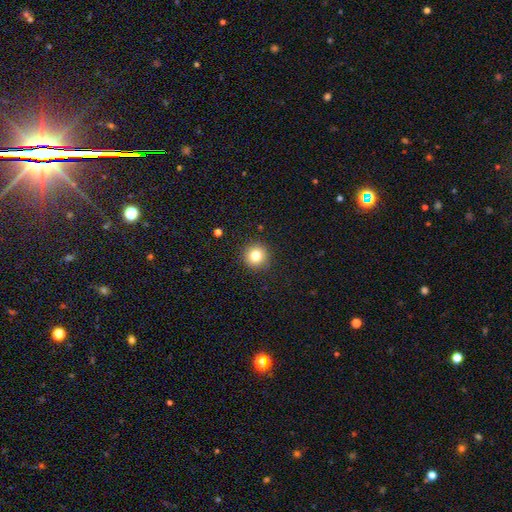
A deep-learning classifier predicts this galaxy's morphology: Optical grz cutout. It shows a smooth galaxy with no disk features (82%) that is round (95%). Merging: none (92%).